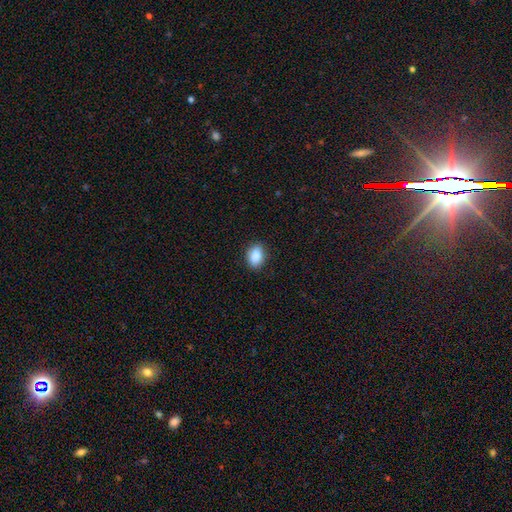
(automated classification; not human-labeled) Smooth or featured? Predicted: smooth (p=0.88). How rounded? Predicted: in between (p=0.82). Merging? Predicted: none (p=0.88).